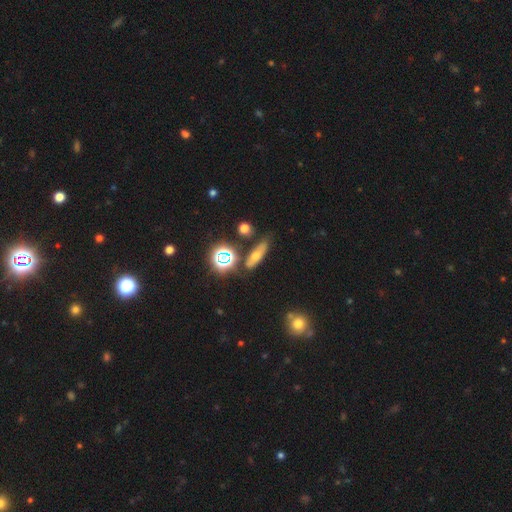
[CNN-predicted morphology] Q: Smooth or featured?
A: smooth (49%); runner-up: featured or disk (27%)
Q: Merging?
A: none (73%); runner-up: minor disturbance (16%)